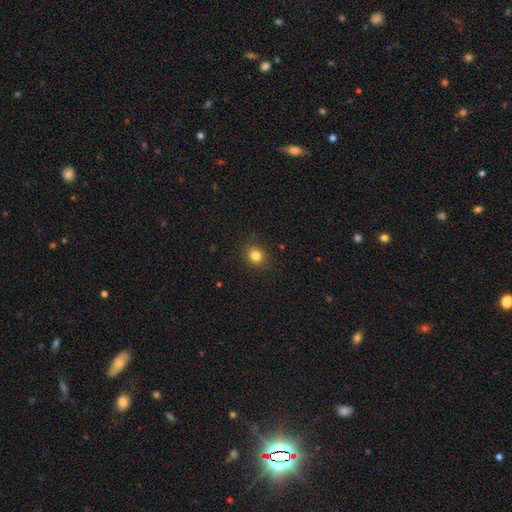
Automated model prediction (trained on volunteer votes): Morphology: type=smooth (83%); roundness=round (73%); merging=none (90%).